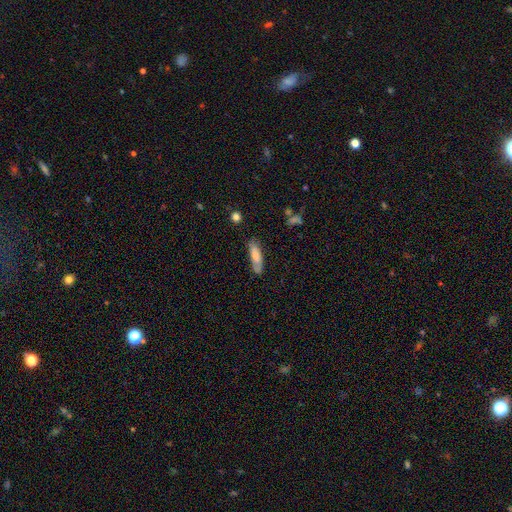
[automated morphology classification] Smooth or featured?
  - smooth: 74% *
  - featured or disk: 20%
  - star or artifact: 7%
How rounded?
  - cigar-shaped: 58% *
  - in between: 41%
  - round: 2%
Merging?
  - none: 66% *
  - minor disturbance: 24%
  - major disturbance: 7%
  - merger: 3%